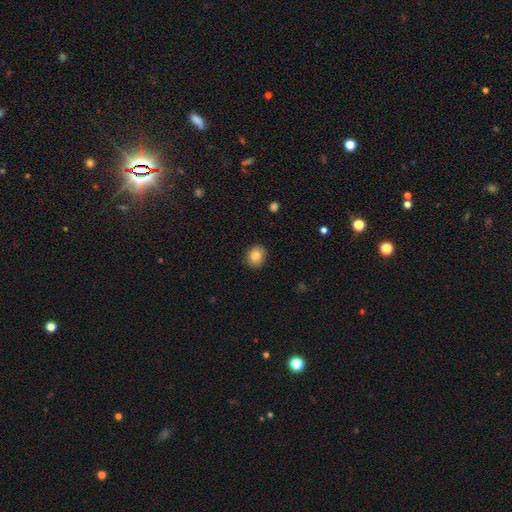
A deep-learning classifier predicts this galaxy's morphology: smooth-or-featured: smooth: 87% | star or artifact: 9% | featured or disk: 5%
  how-rounded: round: 71% | in between: 28% | cigar-shaped: 1%
  merging: none: 88% | minor disturbance: 9% | major disturbance: 2% | merger: 1%